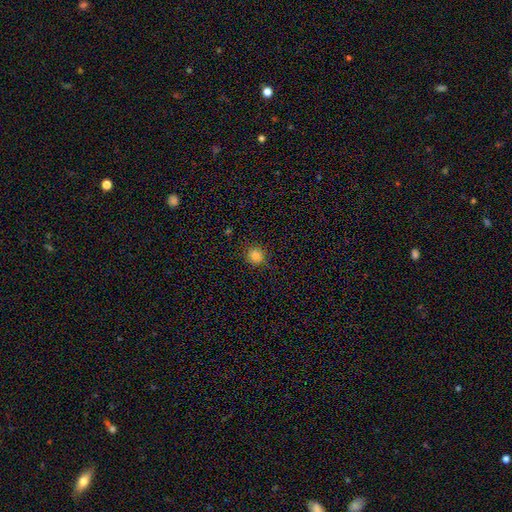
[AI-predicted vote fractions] Overall: smooth (82%). How rounded: round (87%). Merging: none (82%).